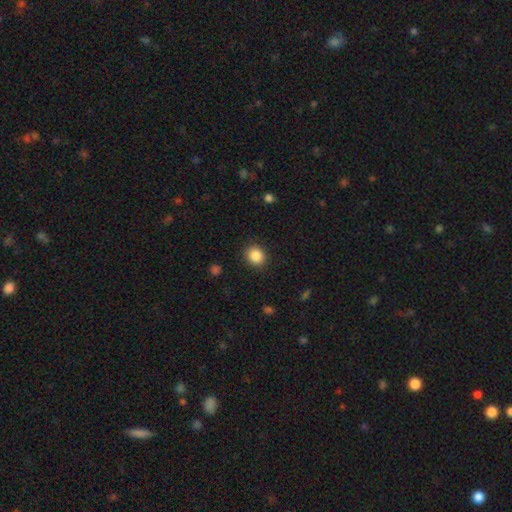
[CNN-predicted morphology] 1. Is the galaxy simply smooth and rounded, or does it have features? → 87% smooth, 10% star or artifact, 4% featured or disk.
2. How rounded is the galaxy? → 75% round, 24% in between, 1% cigar-shaped.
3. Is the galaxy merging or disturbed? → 89% none, 7% minor disturbance, 2% major disturbance, 1% merger.